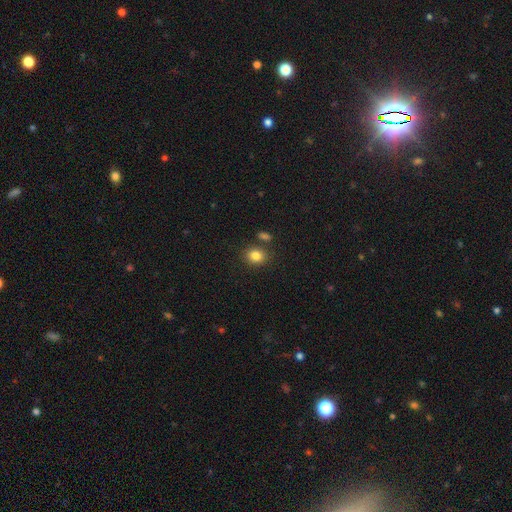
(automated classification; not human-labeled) Smooth or featured: smooth — 84% (star or artifact — 10%)
How rounded: round — 58% (in between — 41%)
Merging: none — 77% (minor disturbance — 11%)